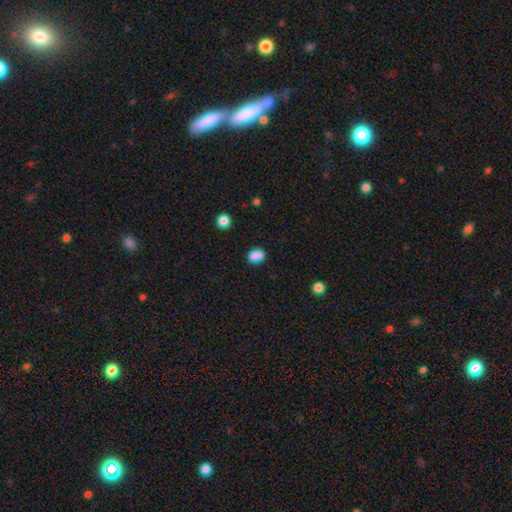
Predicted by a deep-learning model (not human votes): Q: Smooth or featured?
A: smooth (78%); runner-up: featured or disk (12%)
Q: How rounded?
A: round (51%); runner-up: in between (48%)
Q: Merging?
A: none (47%); runner-up: merger (33%)